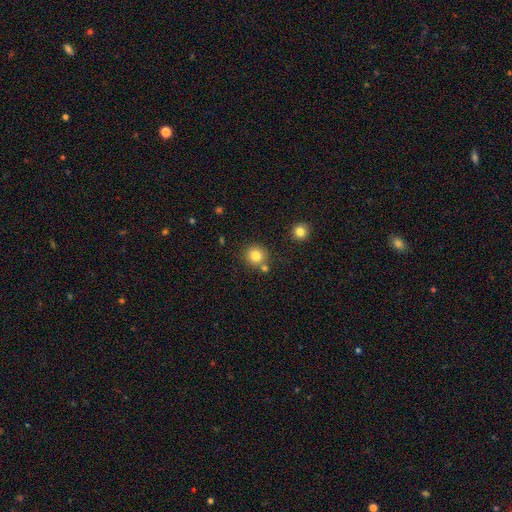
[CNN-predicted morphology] A smooth galaxy with no disk features (81%) that is round (92%). Merging: none (76%).